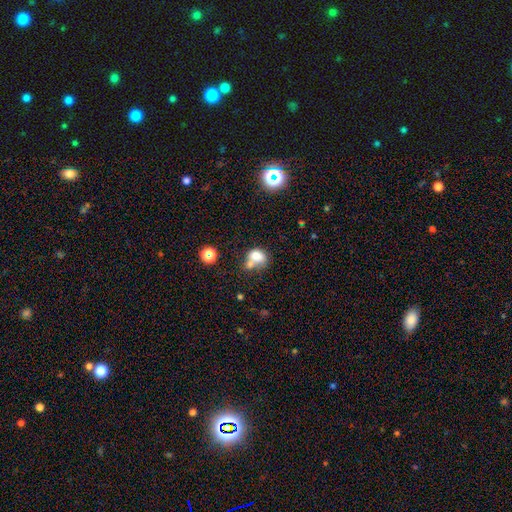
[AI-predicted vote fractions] This appears to be a smooth galaxy with no disk features (73%) that is in between round and cigar-shaped (53%). Merging: merger (44%).